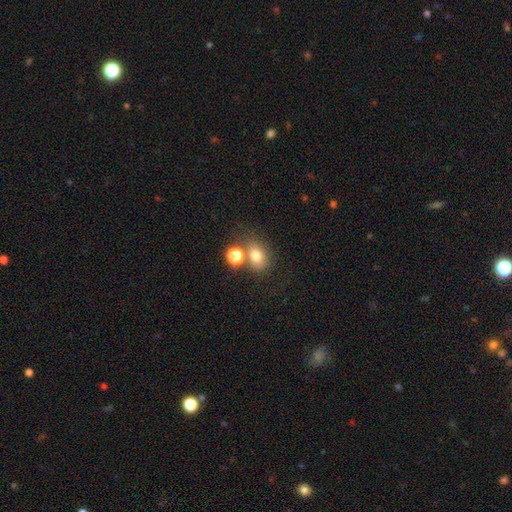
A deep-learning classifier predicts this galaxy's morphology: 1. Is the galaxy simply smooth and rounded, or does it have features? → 76% smooth, 14% star or artifact, 10% featured or disk.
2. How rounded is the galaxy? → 49% in between (tied), 49% round (tied), 1% cigar-shaped.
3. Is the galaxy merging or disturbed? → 58% none, 24% merger, 12% minor disturbance, 5% major disturbance.